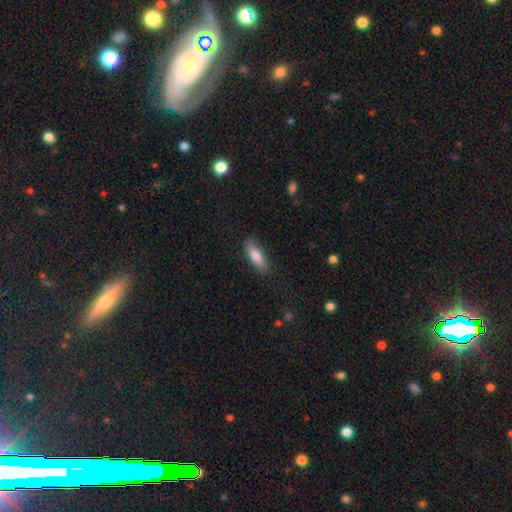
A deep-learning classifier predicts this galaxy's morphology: type=smooth (78%); roundness=in between (57%); merging=none (83%).